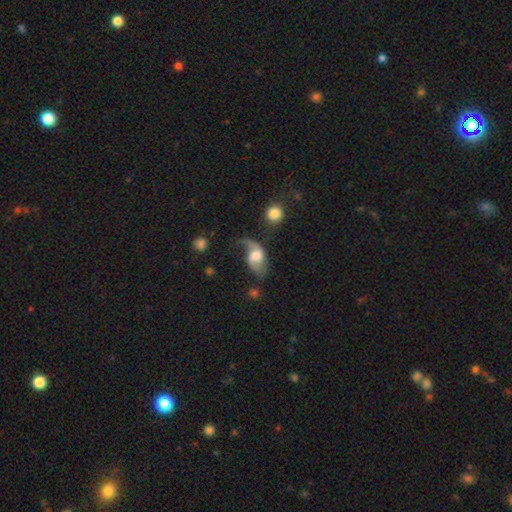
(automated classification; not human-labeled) Overall: featured or disk (65%; smooth 28%). Edge-on disk: no (95%). Bar: no (49%; weak 40%). Spiral arms: yes (87%). Spiral arm count: 2 (71%). Spiral winding: loose (73%). Bulge size: moderate (40%; large 36%). Merging: none (36%; major disturbance 33%).